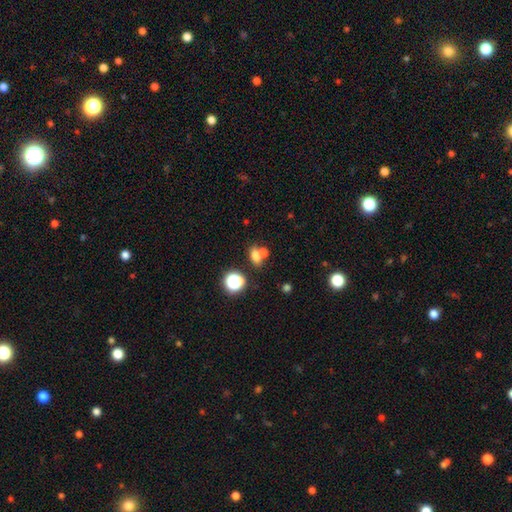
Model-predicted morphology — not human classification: A smooth galaxy with no disk features (70%) that is in between round and cigar-shaped (66%). Merging: none (45%).